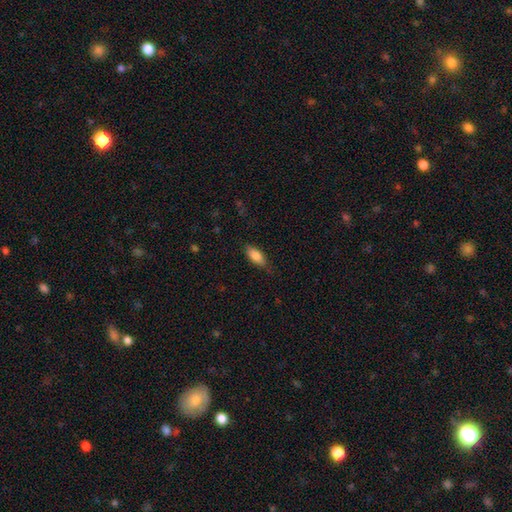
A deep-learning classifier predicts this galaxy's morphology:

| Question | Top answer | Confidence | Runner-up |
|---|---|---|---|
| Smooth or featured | smooth | 84% | featured or disk (9%) |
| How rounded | in between | 80% | cigar-shaped (17%) |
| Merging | none | 80% | minor disturbance (15%) |